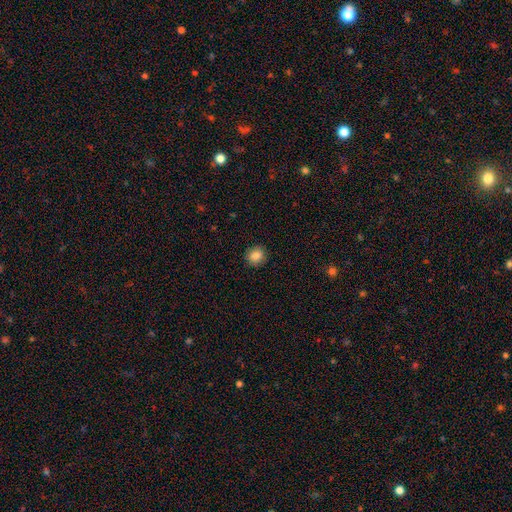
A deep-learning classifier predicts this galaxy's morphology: type=smooth (85%); roundness=round (86%); merging=none (91%).